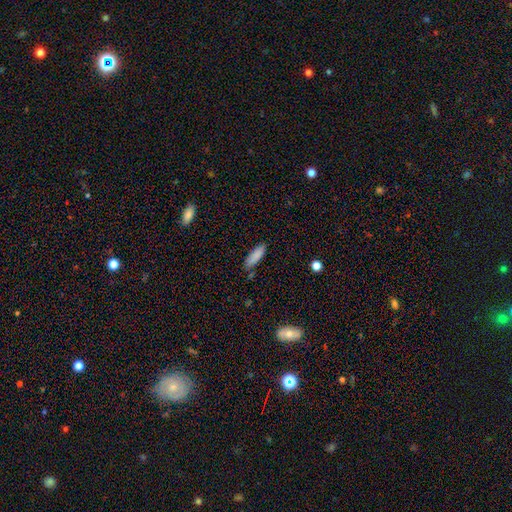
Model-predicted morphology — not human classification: The model was most divided on "how rounded": in between: 52%, cigar-shaped: 47%, round: 2%. More confident: smooth or featured — smooth (86%); merging — none (78%).